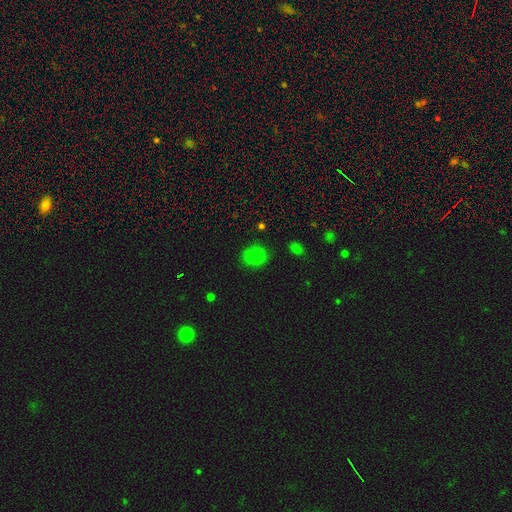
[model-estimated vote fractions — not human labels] Morphology: type=smooth (75%); roundness=round (68%); merging=none (76%).